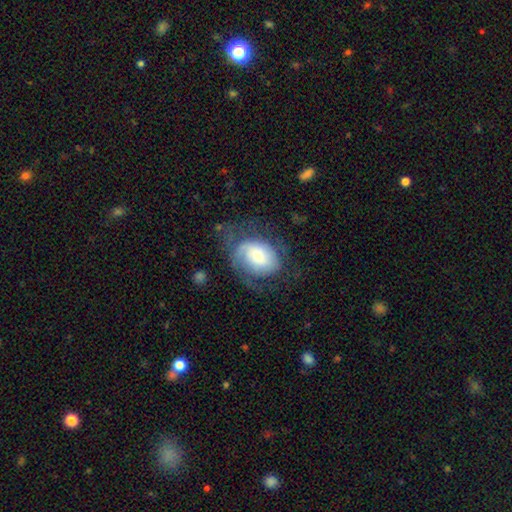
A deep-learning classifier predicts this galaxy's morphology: A featured or disk galaxy (58%) with no bar (64%), spiral arms (85%) and a moderate central bulge (37%).

Vote fractions:
- Smooth or featured? featured or disk: 58% / smooth: 35% / star or artifact: 8%
- Edge-on disk? no: 96% / yes: 4%
- Bar? no: 64% / weak: 29% / strong: 7%
- Spiral arms? yes: 85% / no: 15%
- Bulge size? moderate: 37% / small: 32% / large: 21% / dominant: 6% / none: 4%
- Merging? none: 51% / minor disturbance: 24% / major disturbance: 24% / merger: 2%